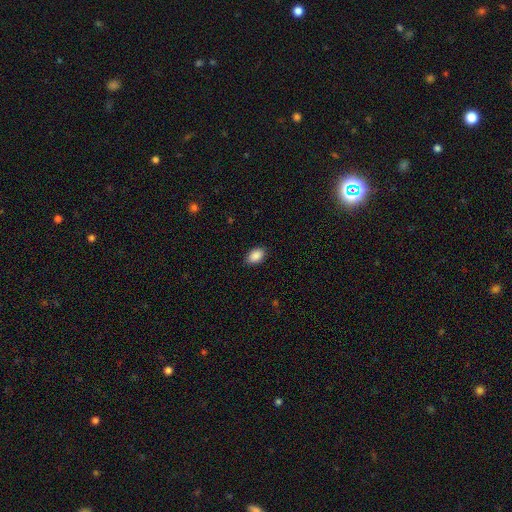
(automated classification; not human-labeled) The model was most divided on "how rounded": in between: 88%, round: 10%, cigar-shaped: 1%. More confident: smooth or featured — smooth (90%); merging — none (88%).